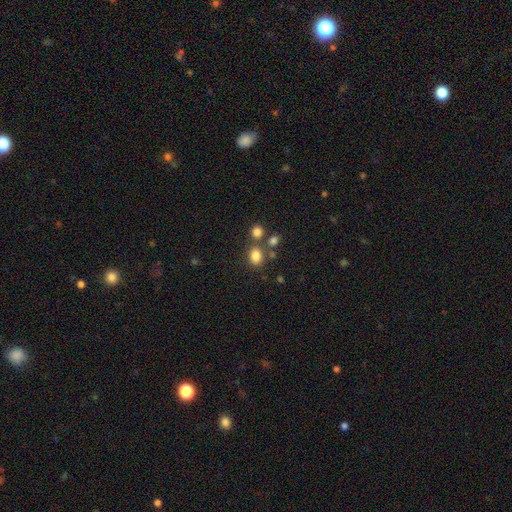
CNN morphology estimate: Smooth or featured: smooth — 82% (star or artifact — 12%)
How rounded: in between — 61% (round — 37%)
Merging: none — 64% (merger — 20%)